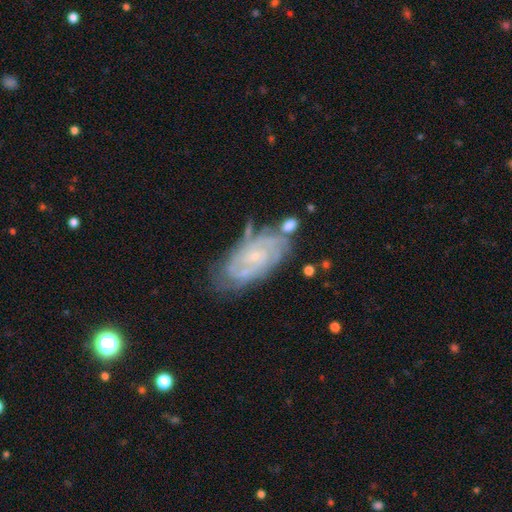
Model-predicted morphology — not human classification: type=featured or disk (82%); edge-on=no (95%); bar=no (65%); spiral arms=yes (94%); winding=tight (68%); arm count=can't tell (36%); bulge=small (80%); merging=none (63%).